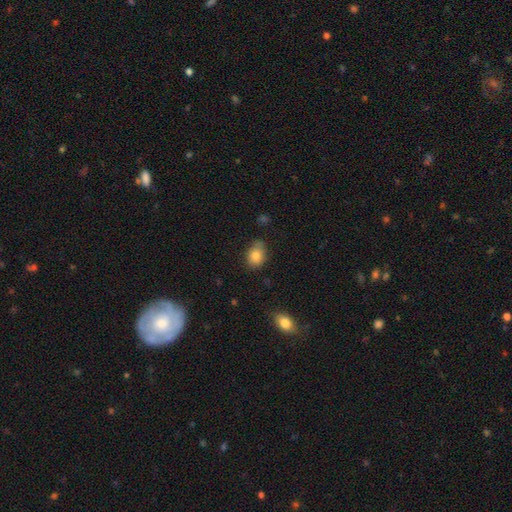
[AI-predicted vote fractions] A smooth galaxy with no disk features (82%) that is in between round and cigar-shaped (65%). Merging: none (71%).